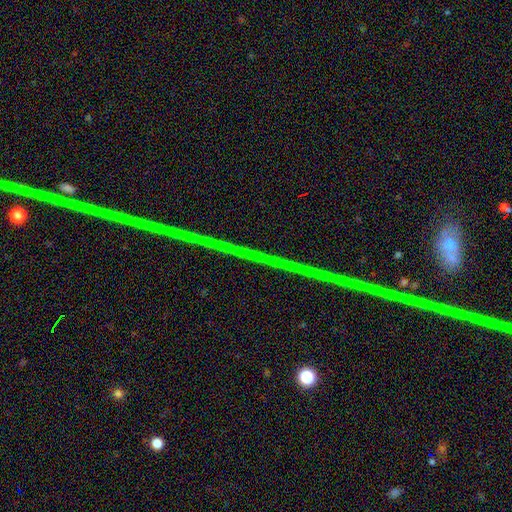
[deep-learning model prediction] Smooth or featured? Predicted: star or artifact (p=0.78).